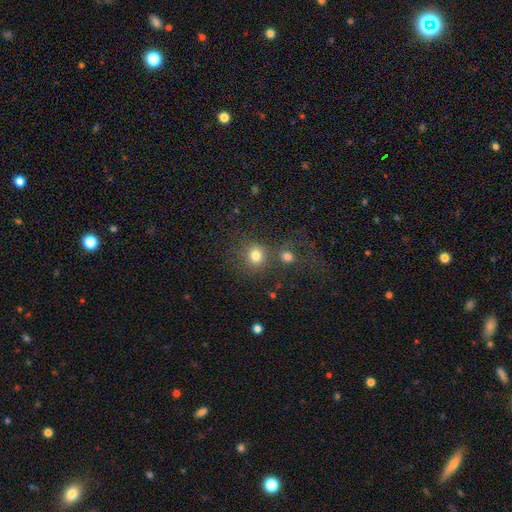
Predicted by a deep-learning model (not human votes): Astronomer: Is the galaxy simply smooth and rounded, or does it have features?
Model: smooth — 78%.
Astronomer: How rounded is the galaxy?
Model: round — 87%.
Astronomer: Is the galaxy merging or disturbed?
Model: none — 64%.